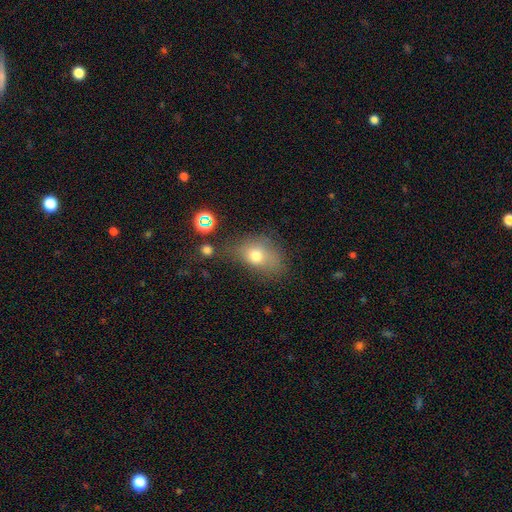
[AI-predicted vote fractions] smooth_or_featured: smooth (p=0.73) [alt: featured or disk p=0.14]
how_rounded: in between (p=0.71) [alt: round p=0.27]
merging: none (p=0.51) [alt: minor disturbance p=0.27]